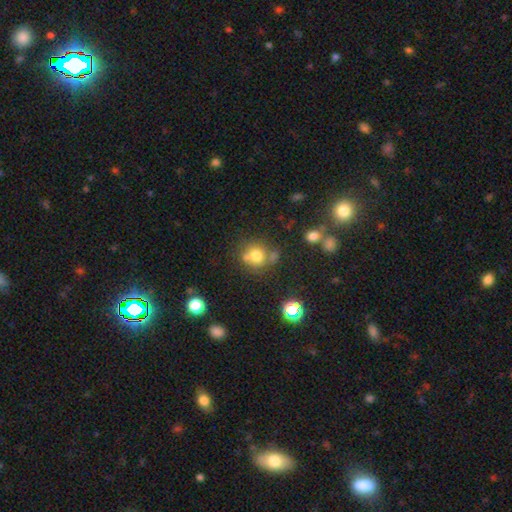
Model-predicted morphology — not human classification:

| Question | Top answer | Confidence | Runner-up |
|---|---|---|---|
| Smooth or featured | smooth | 72% | star or artifact (16%) |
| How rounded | round | 82% | in between (17%) |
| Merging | none | 58% | merger (21%) |